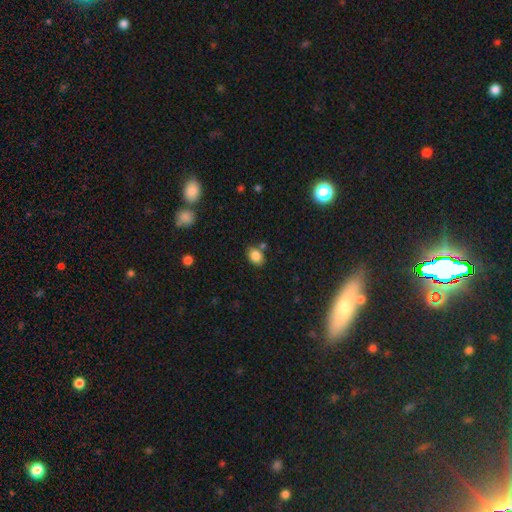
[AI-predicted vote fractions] smooth 85%, star or artifact 10%, featured or disk 6%. Down the decision tree: how rounded — in between (75%); merging — none (73%).